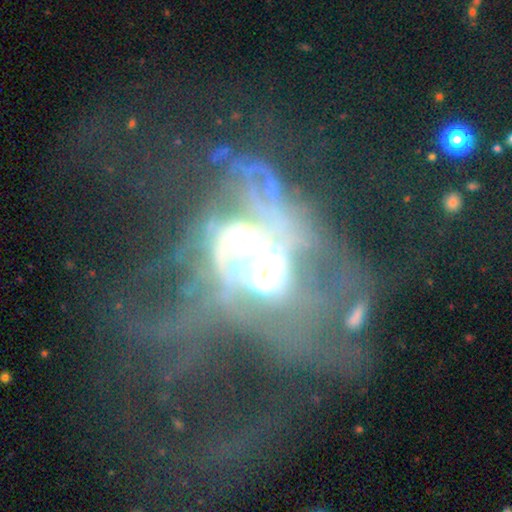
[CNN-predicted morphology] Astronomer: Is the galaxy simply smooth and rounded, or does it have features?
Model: featured or disk — 69%.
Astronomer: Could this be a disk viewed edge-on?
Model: no — 96%.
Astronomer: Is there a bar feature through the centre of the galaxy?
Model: no — 81%.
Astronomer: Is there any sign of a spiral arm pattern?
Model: no — 63%.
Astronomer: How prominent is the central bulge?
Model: moderate — 60%.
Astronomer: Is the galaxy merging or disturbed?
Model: merger — 58%.